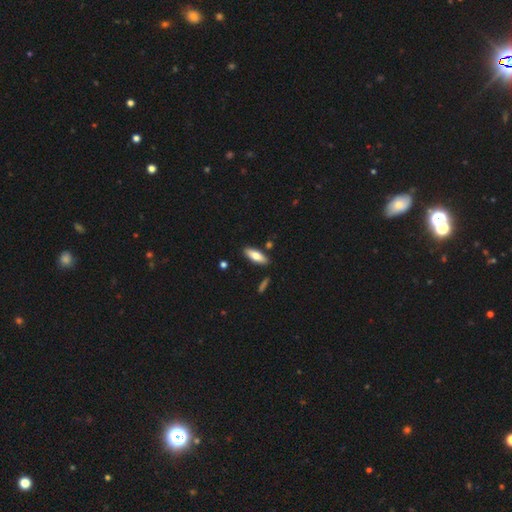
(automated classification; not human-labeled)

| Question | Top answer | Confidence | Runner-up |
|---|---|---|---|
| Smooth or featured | smooth | 72% | featured or disk (23%) |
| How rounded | in between | 60% | cigar-shaped (38%) |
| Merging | none | 86% | minor disturbance (9%) |